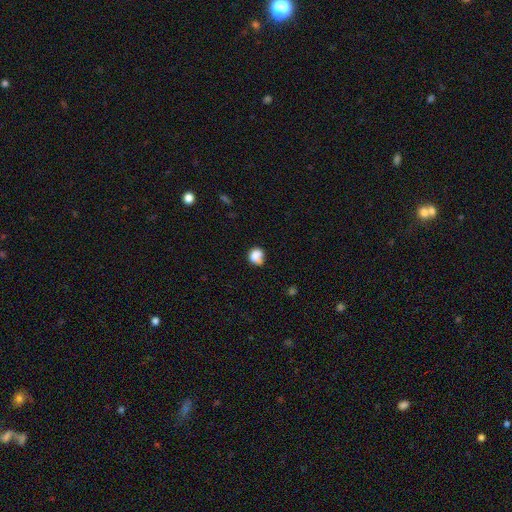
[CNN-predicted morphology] Smooth or featured? smooth (78%)
How rounded? round (66%)
Merging? none (42%)